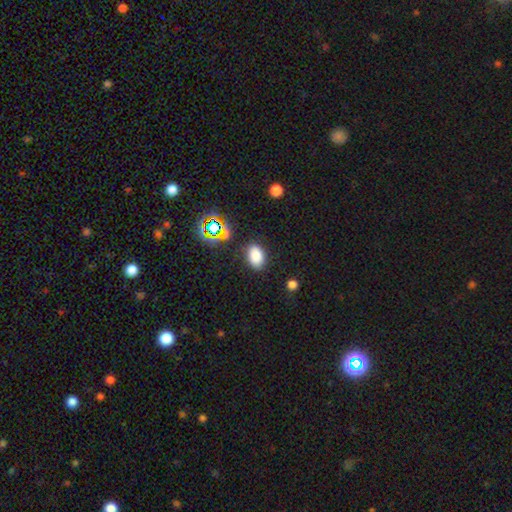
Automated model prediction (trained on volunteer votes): smooth_or_featured: smooth (p=0.80) [alt: star or artifact p=0.14]
how_rounded: in between (p=0.85) [alt: round p=0.14]
merging: none (p=0.83) [alt: minor disturbance p=0.11]